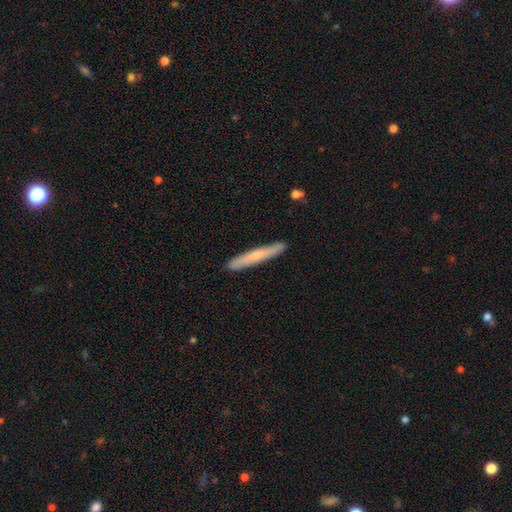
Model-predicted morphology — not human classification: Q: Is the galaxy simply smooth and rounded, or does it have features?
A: smooth — 60%.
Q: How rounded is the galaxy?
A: cigar-shaped — 96%.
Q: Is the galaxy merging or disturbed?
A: none — 91%.